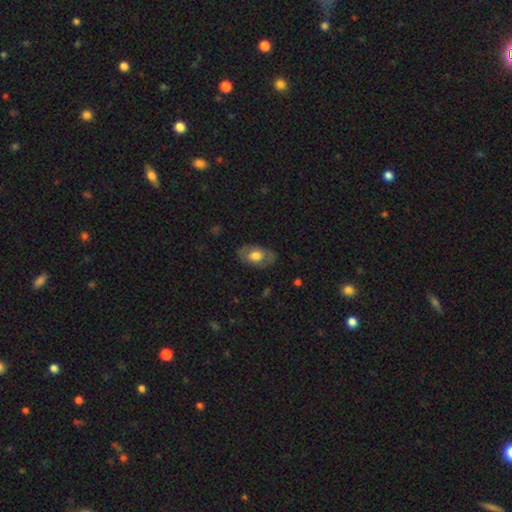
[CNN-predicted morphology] This appears to be a smooth galaxy with no disk features (54%) that is in between round and cigar-shaped (88%). Merging: none (77%).